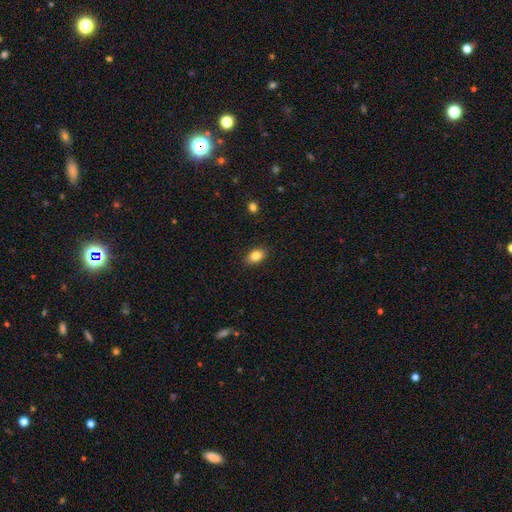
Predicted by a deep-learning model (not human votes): Smooth or featured: smooth — 84% (star or artifact — 9%)
How rounded: in between — 86% (round — 13%)
Merging: none — 88% (minor disturbance — 9%)